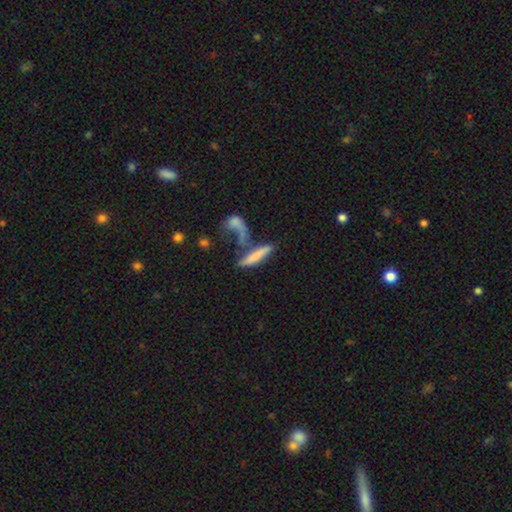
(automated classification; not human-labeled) Smooth or featured?
  - smooth: 67% *
  - featured or disk: 24%
  - star or artifact: 9%
How rounded?
  - cigar-shaped: 78% *
  - in between: 19%
  - round: 3%
Merging?
  - none: 37% *
  - merger: 35%
  - major disturbance: 15%
  - minor disturbance: 13%